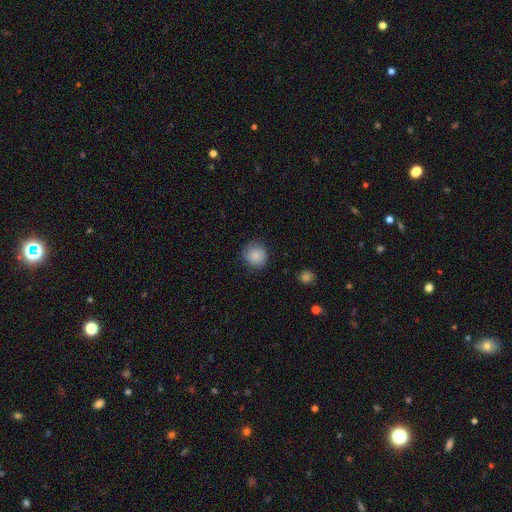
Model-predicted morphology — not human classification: This appears to be a smooth galaxy with no disk features (86%) that is round (88%). Merging: none (79%).